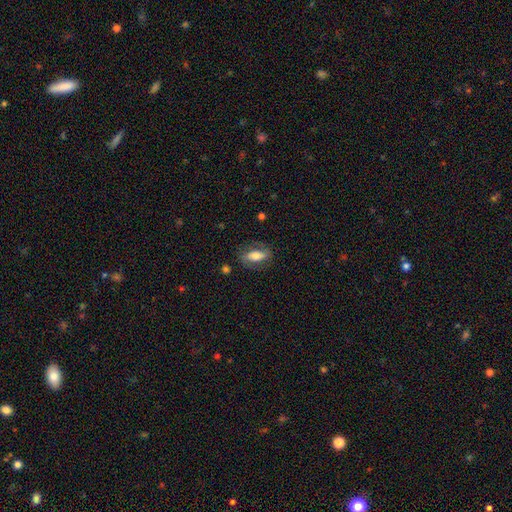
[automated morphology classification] Smooth or featured? Predicted: smooth (p=0.54). How rounded? Predicted: in between (p=0.77). Merging? Predicted: none (p=0.76).